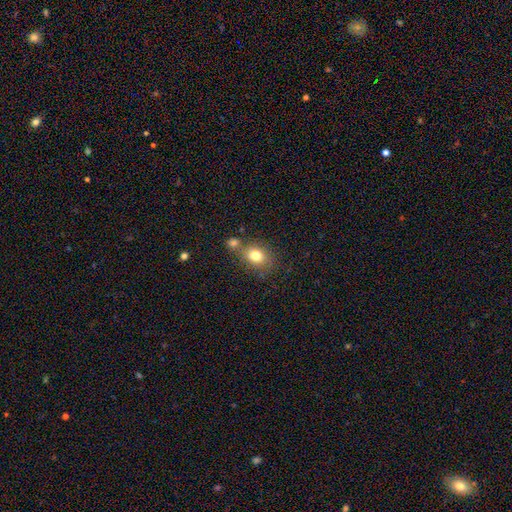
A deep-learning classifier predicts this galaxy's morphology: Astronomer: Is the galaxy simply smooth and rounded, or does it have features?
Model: smooth — 78%.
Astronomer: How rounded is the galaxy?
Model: round — 50% (runner-up: in between, 48%).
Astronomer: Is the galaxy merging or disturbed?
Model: none — 59%.